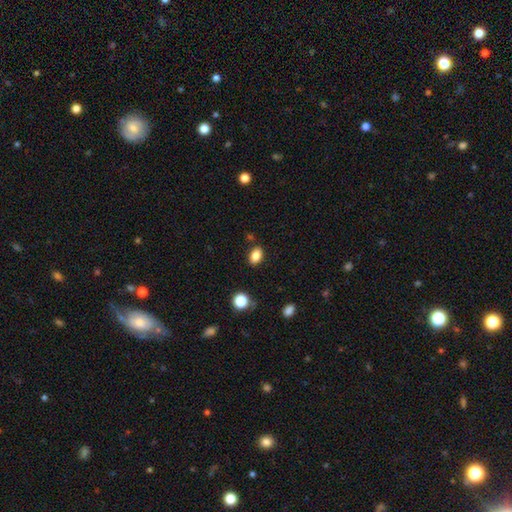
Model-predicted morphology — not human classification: A smooth galaxy with no disk features (84%) that is in between round and cigar-shaped (83%). Merging: none (85%).